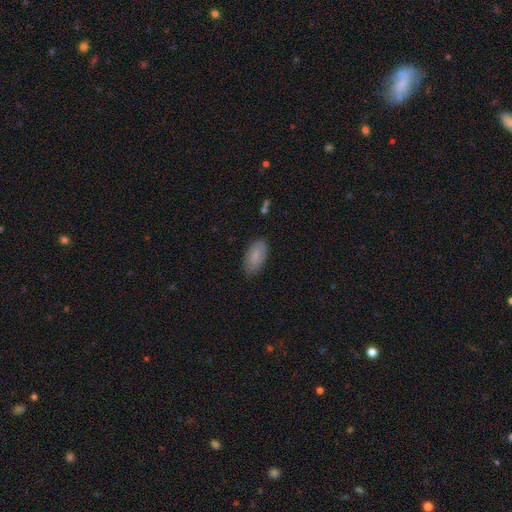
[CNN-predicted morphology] This is likely a smooth galaxy (79%). How rounded: clearly in between (93%). Merging: clearly none (82%).